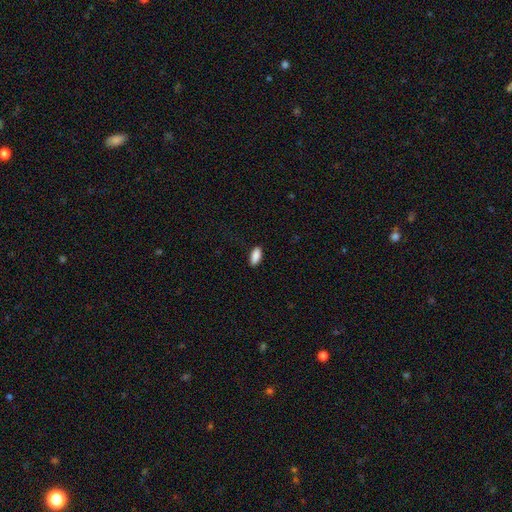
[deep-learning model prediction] A smooth galaxy with no disk features (90%) that is in between round and cigar-shaped (85%). Merging: none (87%).